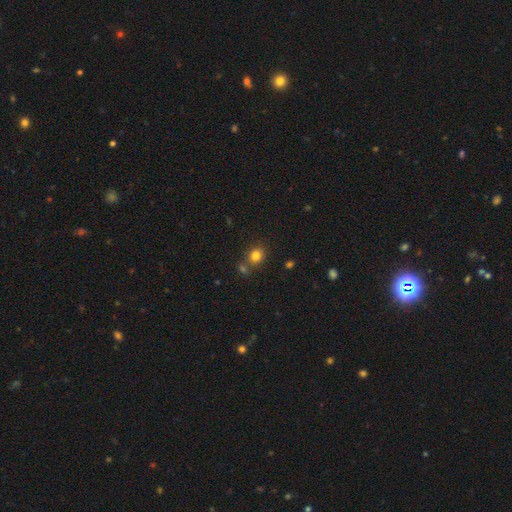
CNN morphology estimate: The model was most divided on "merging": none: 70%, merger: 17%, minor disturbance: 10%, major disturbance: 3%. More confident: smooth or featured — smooth (81%); how rounded — round (79%).